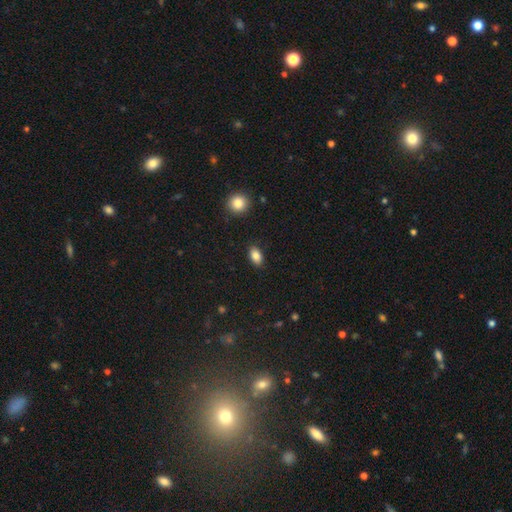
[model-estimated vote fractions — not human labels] Overall: smooth (86%). How rounded: in between (88%). Merging: none (88%).